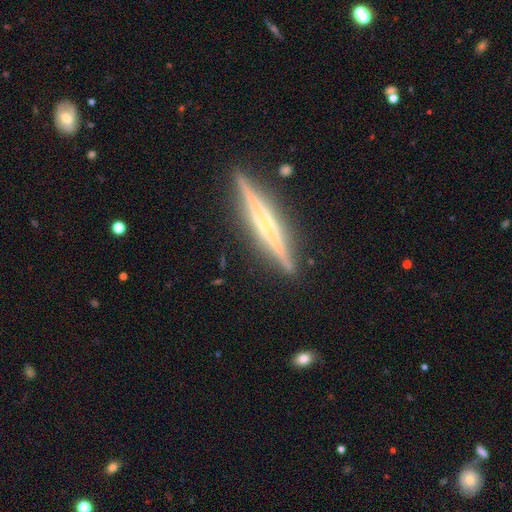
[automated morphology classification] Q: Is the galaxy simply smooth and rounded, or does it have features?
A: featured or disk — 78%.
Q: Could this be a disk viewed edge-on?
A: yes — 98%.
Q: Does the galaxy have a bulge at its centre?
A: rounded — 51%.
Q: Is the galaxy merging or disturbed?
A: none — 90%.